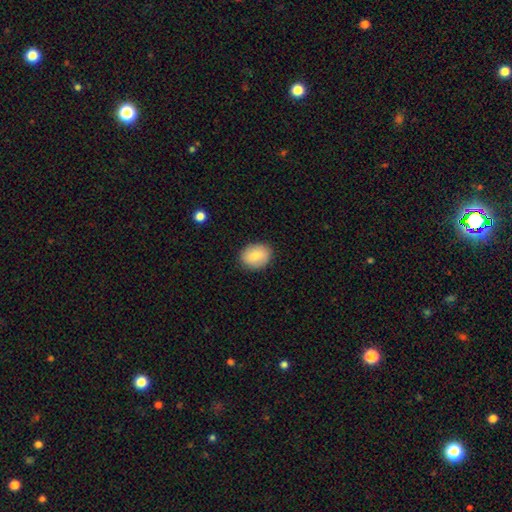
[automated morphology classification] The model was most divided on "how rounded": in between: 58%, round: 41%, cigar-shaped: 1%. More confident: merging — none (88%); smooth or featured — smooth (80%).